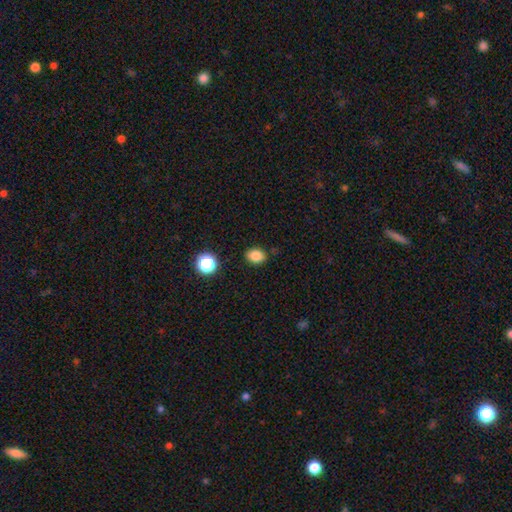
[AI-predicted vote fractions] A smooth galaxy with no disk features (83%) that is in between round and cigar-shaped (65%).

Vote fractions:
- Smooth or featured? smooth: 83% / star or artifact: 12% / featured or disk: 5%
- How rounded? in between: 65% / round: 34% / cigar-shaped: 1%
- Merging? none: 85% / minor disturbance: 10% / major disturbance: 3% / merger: 2%